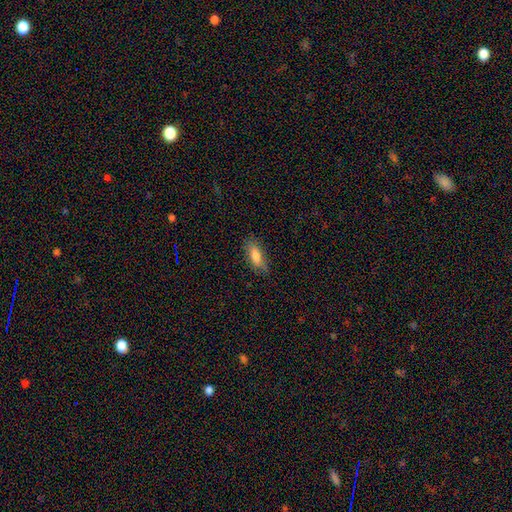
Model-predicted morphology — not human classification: Smooth or featured?
  - smooth: 82% *
  - featured or disk: 11%
  - star or artifact: 7%
How rounded?
  - in between: 70% *
  - cigar-shaped: 28%
  - round: 2%
Merging?
  - none: 78% *
  - minor disturbance: 17%
  - major disturbance: 4%
  - merger: 1%